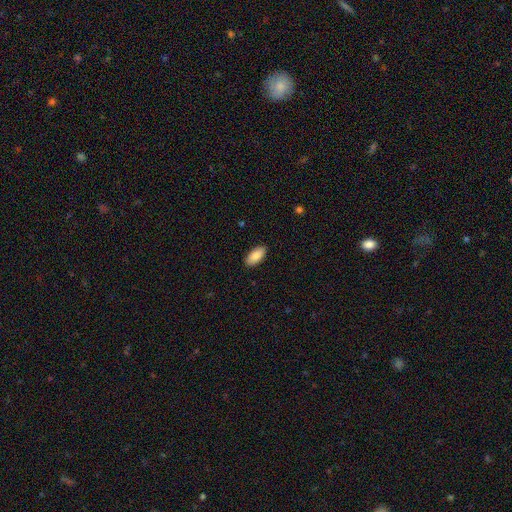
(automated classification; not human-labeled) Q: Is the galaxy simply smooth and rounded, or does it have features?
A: smooth — 87%.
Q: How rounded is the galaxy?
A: in between — 91%.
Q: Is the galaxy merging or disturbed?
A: none — 90%.